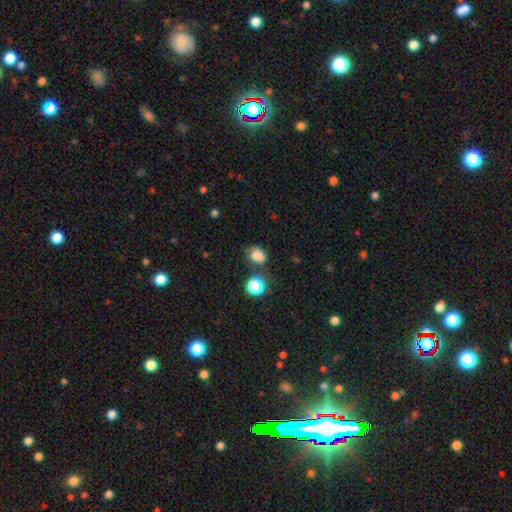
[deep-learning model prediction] Smooth or featured? smooth (78%)
How rounded? in between (55%)
Merging? none (55%)